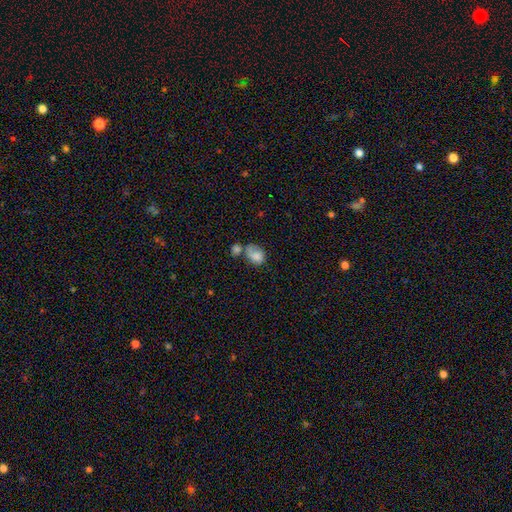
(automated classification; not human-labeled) Smooth or featured: smooth — 75% (featured or disk — 16%)
How rounded: in between — 66% (round — 33%)
Merging: merger — 40% (none — 26%)